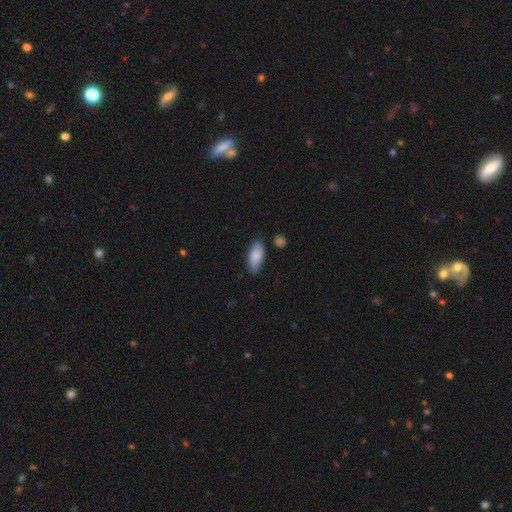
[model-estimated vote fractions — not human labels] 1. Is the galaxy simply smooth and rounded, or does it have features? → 82% smooth, 11% featured or disk, 6% star or artifact.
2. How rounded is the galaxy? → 88% in between, 10% cigar-shaped, 2% round.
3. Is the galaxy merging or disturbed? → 76% none, 18% minor disturbance, 3% major disturbance, 3% merger.